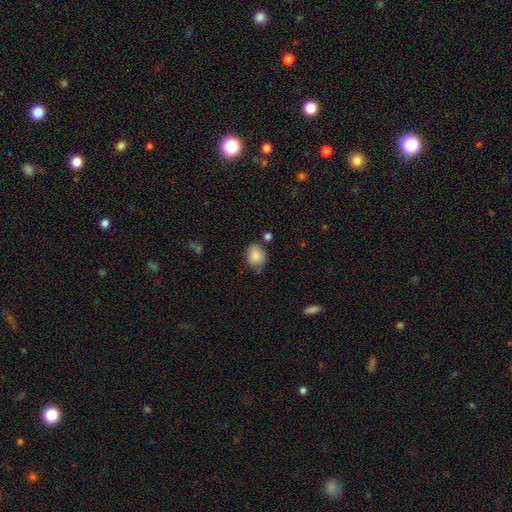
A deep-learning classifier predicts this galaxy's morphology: Smooth or featured?
  - smooth: 86% *
  - star or artifact: 8%
  - featured or disk: 6%
How rounded?
  - round: 54% *
  - in between: 45%
  - cigar-shaped: 1%
Merging?
  - none: 65% *
  - minor disturbance: 24%
  - merger: 6%
  - major disturbance: 5%